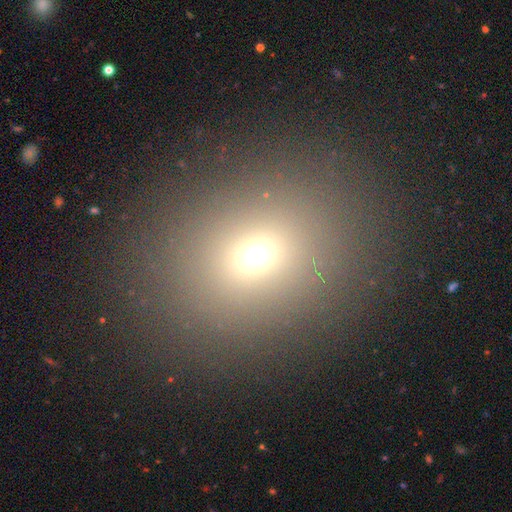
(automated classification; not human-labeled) smooth_or_featured: smooth (p=0.67) [alt: star or artifact p=0.22]
how_rounded: round (p=0.55) [alt: in between p=0.44]
merging: none (p=0.87) [alt: minor disturbance p=0.07]